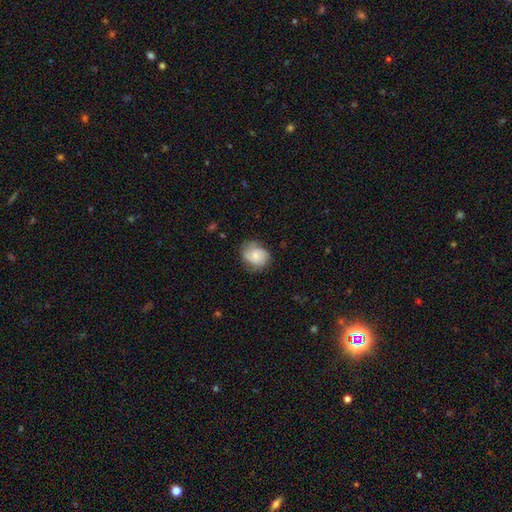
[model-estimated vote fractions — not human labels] Smooth or featured? smooth (56%)
How rounded? round (62%)
Merging? none (69%)